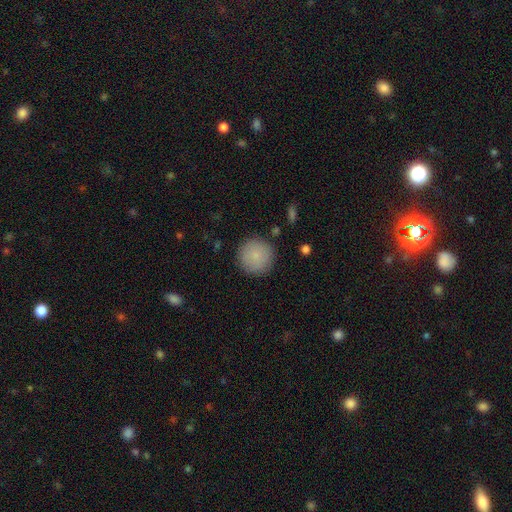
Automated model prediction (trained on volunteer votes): Smooth or featured? smooth (85%)
How rounded? round (96%)
Merging? none (89%)